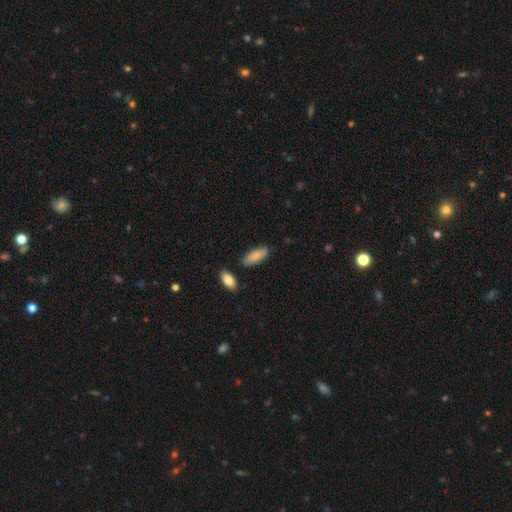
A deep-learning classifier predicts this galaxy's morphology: Smooth or featured: smooth — 84% (featured or disk — 11%)
How rounded: in between — 77% (cigar-shaped — 21%)
Merging: none — 81% (minor disturbance — 13%)